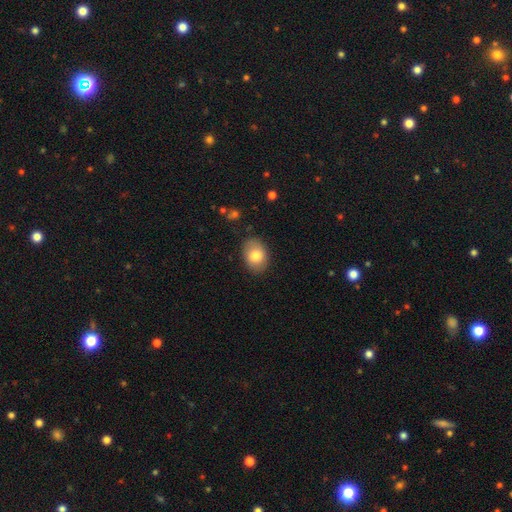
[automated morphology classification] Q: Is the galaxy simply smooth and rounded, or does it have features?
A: smooth — 80%.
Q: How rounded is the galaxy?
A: in between — 72%.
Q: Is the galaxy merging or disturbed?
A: none — 83%.